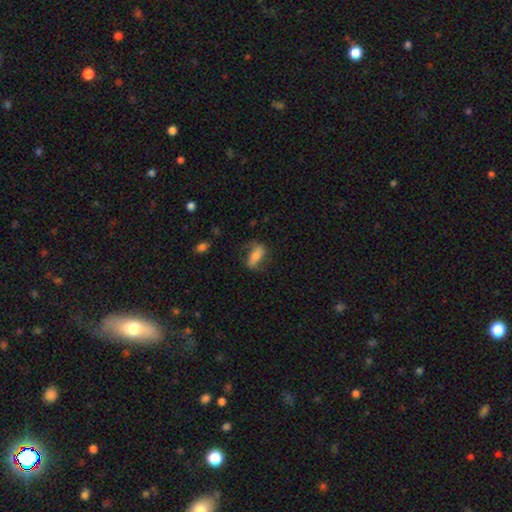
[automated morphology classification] Smooth or featured? Predicted: smooth (p=0.50). How rounded? Predicted: in between (p=0.68). Merging? Predicted: none (p=0.64).